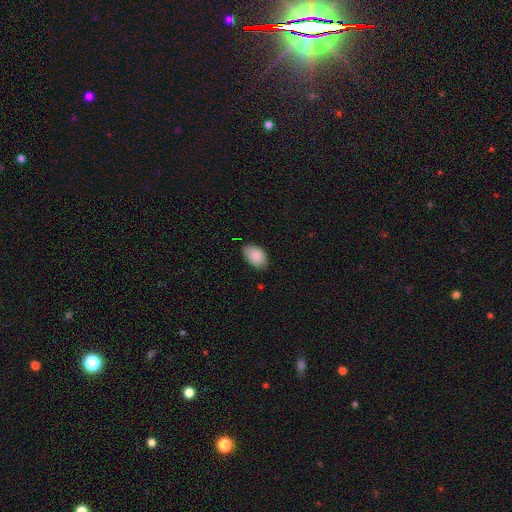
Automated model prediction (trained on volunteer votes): smooth_or_featured: smooth (p=0.89) [alt: star or artifact p=0.06]
how_rounded: in between (p=0.91) [alt: round p=0.08]
merging: none (p=0.74) [alt: minor disturbance p=0.22]